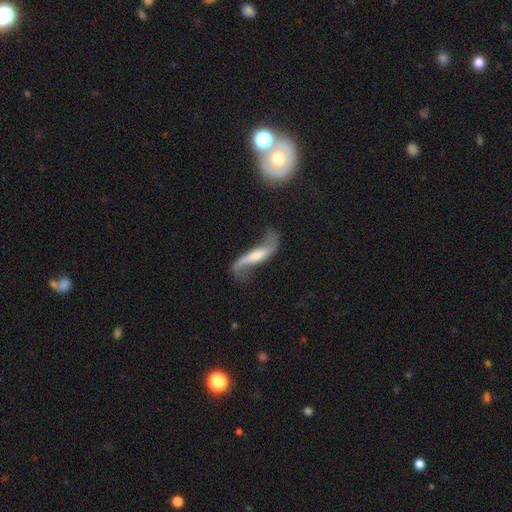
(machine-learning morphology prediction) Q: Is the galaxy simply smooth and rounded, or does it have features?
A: featured or disk — 78%.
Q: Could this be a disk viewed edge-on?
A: no — 77%.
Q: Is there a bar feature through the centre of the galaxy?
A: no — 34%.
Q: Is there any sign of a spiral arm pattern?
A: yes — 92%.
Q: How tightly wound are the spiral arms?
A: loose — 92%.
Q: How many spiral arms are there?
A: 2 — 91%.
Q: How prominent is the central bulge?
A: moderate — 37%.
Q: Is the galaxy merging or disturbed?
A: none — 59%.